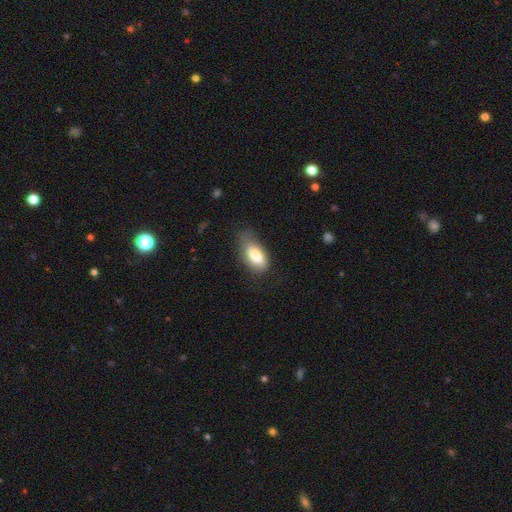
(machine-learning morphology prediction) A smooth galaxy with no disk features (80%) that is in between round and cigar-shaped (91%). Merging: none (50%).